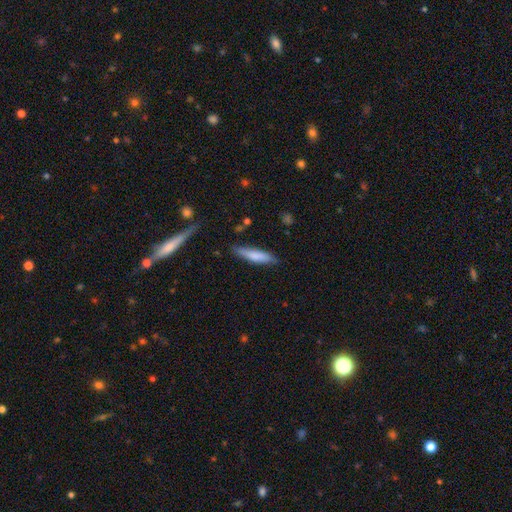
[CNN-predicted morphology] type=smooth (77%); roundness=cigar-shaped (80%); merging=none (80%).